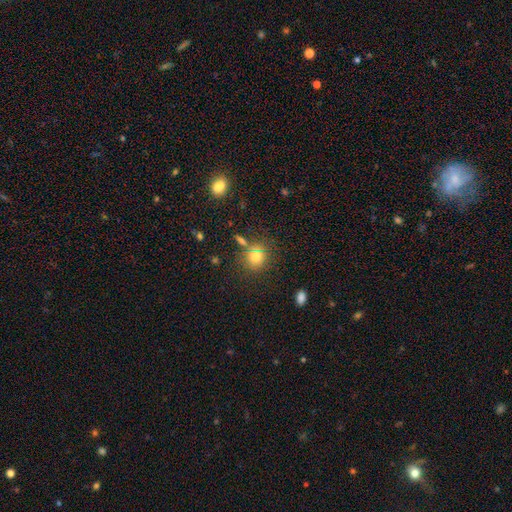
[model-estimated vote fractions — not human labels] A smooth galaxy with no disk features (77%) that is round (80%).

Vote fractions:
- Smooth or featured? smooth: 77% / star or artifact: 14% / featured or disk: 10%
- How rounded? round: 80% / in between: 19% / cigar-shaped: 1%
- Merging? none: 72% / minor disturbance: 13% / merger: 11% / major disturbance: 5%